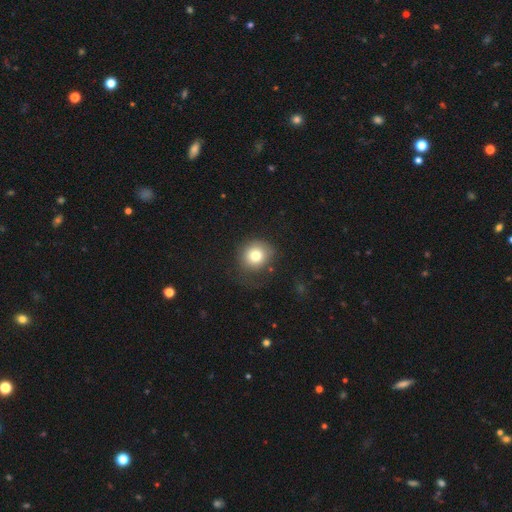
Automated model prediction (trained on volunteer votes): A smooth galaxy with no disk features (78%) that is round (85%).

Vote fractions:
- Smooth or featured? smooth: 78% / featured or disk: 11% / star or artifact: 11%
- How rounded? round: 85% / in between: 14% / cigar-shaped: 1%
- Merging? none: 67% / minor disturbance: 20% / major disturbance: 11% / merger: 2%